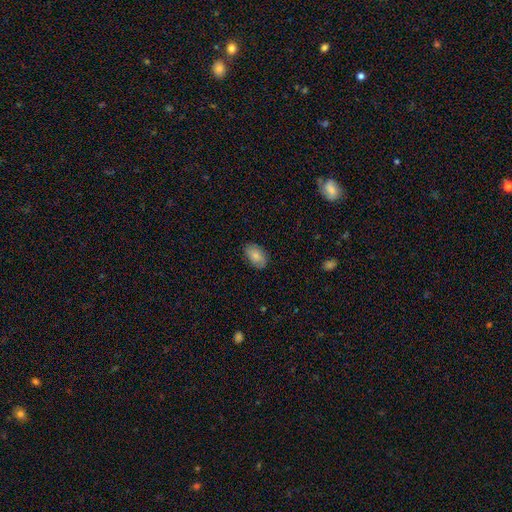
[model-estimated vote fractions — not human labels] smooth-or-featured: smooth: 85% | featured or disk: 8% | star or artifact: 7%
  how-rounded: in between: 91% | round: 8% | cigar-shaped: 1%
  merging: none: 83% | minor disturbance: 13% | major disturbance: 3% | merger: 1%